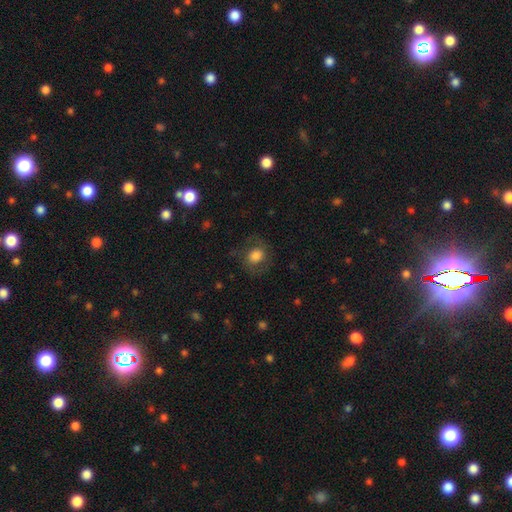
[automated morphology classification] This is likely a smooth galaxy (64%). How rounded: likely round (64%). Merging: likely none (65%).